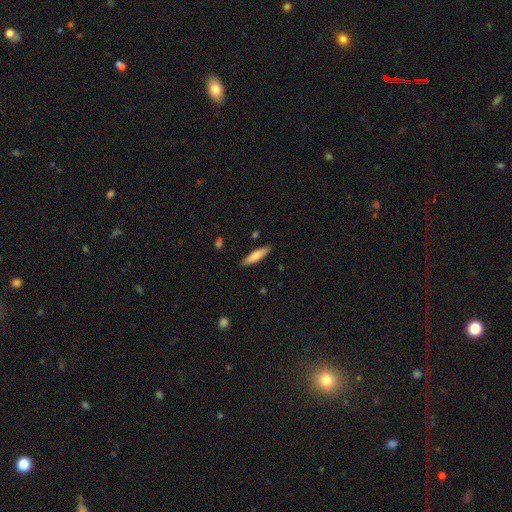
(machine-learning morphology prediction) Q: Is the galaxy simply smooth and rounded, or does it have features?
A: smooth — 70%.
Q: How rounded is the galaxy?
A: cigar-shaped — 77%.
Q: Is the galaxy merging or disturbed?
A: none — 88%.